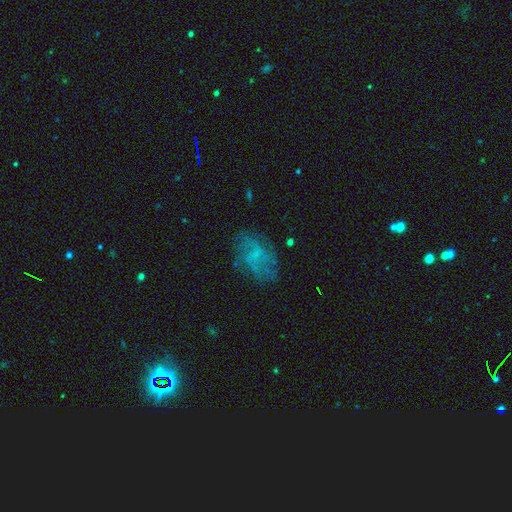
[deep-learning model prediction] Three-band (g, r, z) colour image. It shows a featured or disk galaxy (51%). Merging: none (65%).